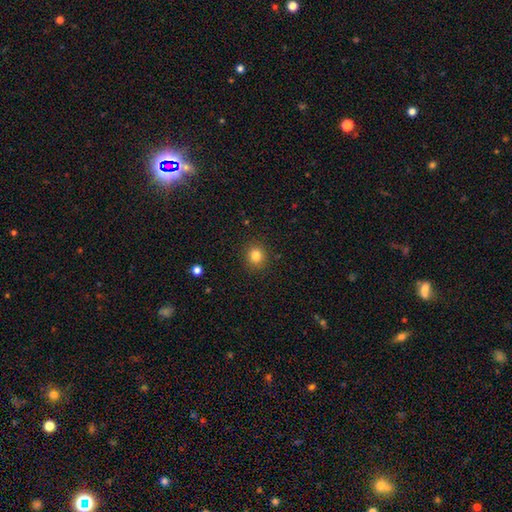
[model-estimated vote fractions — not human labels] Q: Smooth or featured?
A: smooth (83%); runner-up: star or artifact (12%)
Q: How rounded?
A: round (85%); runner-up: in between (14%)
Q: Merging?
A: none (90%); runner-up: minor disturbance (7%)